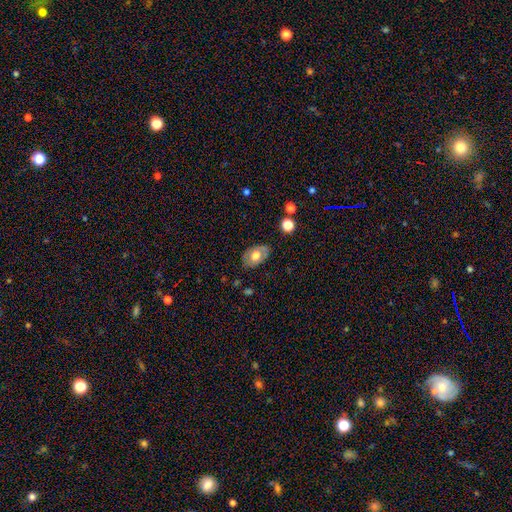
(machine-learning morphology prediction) This is possibly a smooth galaxy (60%). How rounded: clearly in between (86%). Merging: likely none (76%).